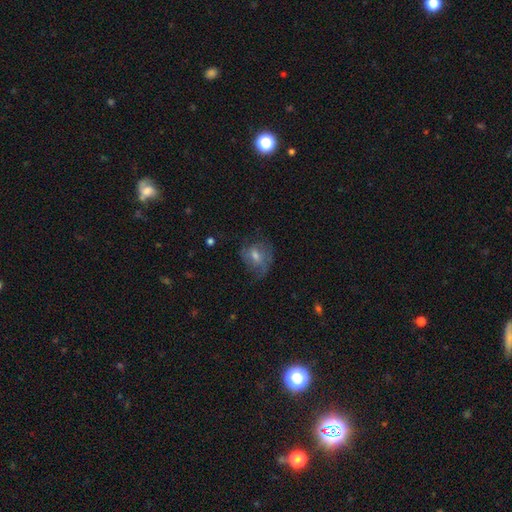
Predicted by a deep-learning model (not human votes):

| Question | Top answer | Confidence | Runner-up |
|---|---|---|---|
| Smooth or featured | featured or disk | 49% | smooth (36%) |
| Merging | none | 55% | minor disturbance (23%) |